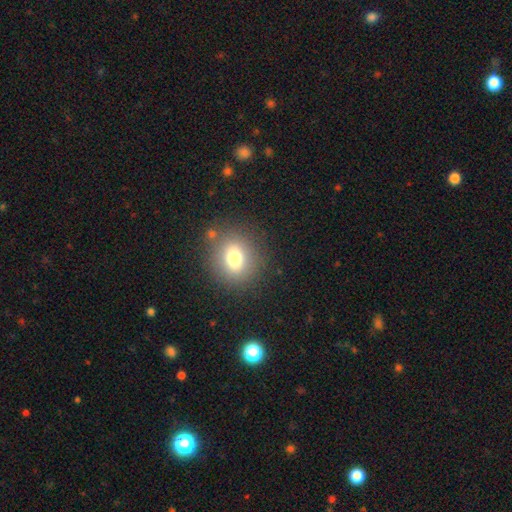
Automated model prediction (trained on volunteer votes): The model was most divided on "smooth or featured": smooth: 69%, star or artifact: 21%, featured or disk: 10%. More confident: merging — none (88%); how rounded — round (80%).